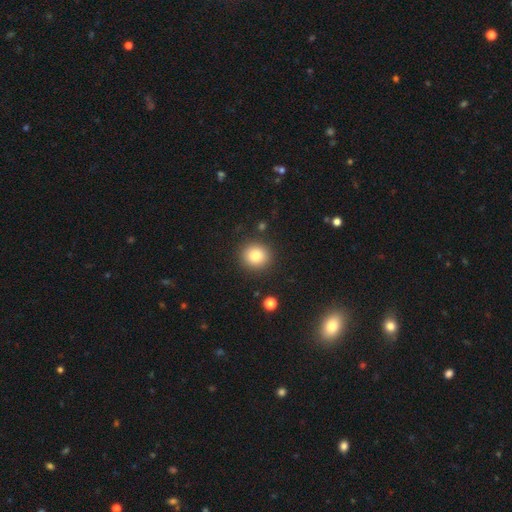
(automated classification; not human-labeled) Overall: smooth (81%). How rounded: round (90%). Merging: none (89%).